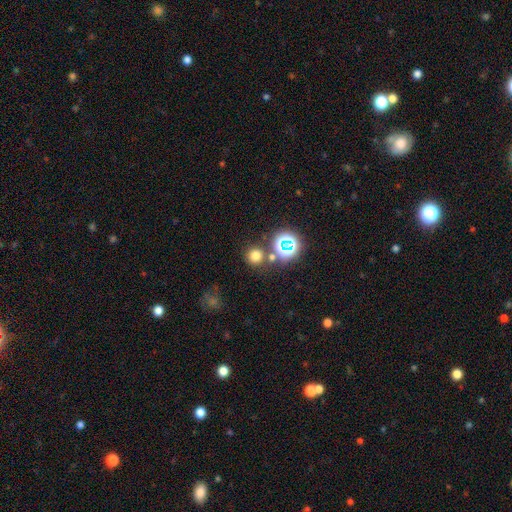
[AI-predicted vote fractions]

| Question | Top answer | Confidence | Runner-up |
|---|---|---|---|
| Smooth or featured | smooth | 68% | star or artifact (25%) |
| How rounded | round | 92% | in between (7%) |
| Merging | none | 77% | merger (12%) |